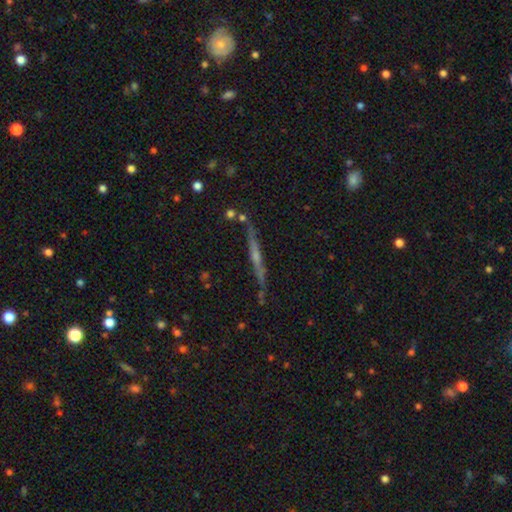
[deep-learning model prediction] Smooth or featured: featured or disk — 68% (smooth — 23%)
Edge-on disk: yes — 96% (no — 4%)
Edge-on bulge: rounded — 46% (none — 45%)
Merging: none — 81% (minor disturbance — 12%)